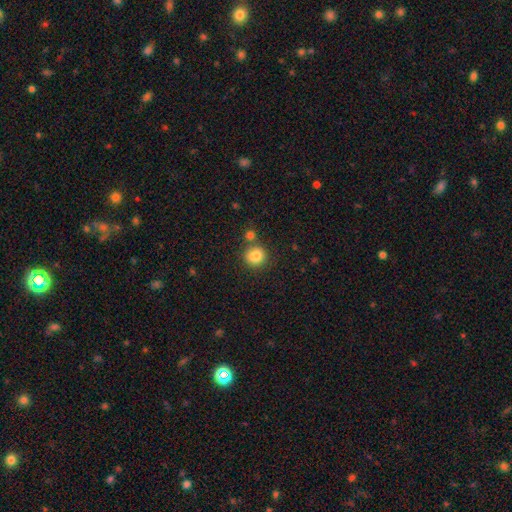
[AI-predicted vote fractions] The model was most divided on "merging": none: 70%, merger: 16%, minor disturbance: 11%, major disturbance: 3%. More confident: how rounded — round (86%); smooth or featured — smooth (84%).